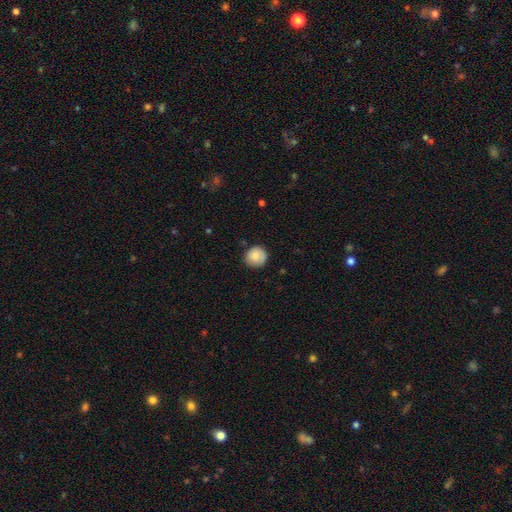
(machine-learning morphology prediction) smooth-or-featured: smooth: 79% | featured or disk: 14% | star or artifact: 7%
  how-rounded: round: 91% | in between: 8% | cigar-shaped: 1%
  merging: none: 81% | minor disturbance: 15% | major disturbance: 3% | merger: 1%